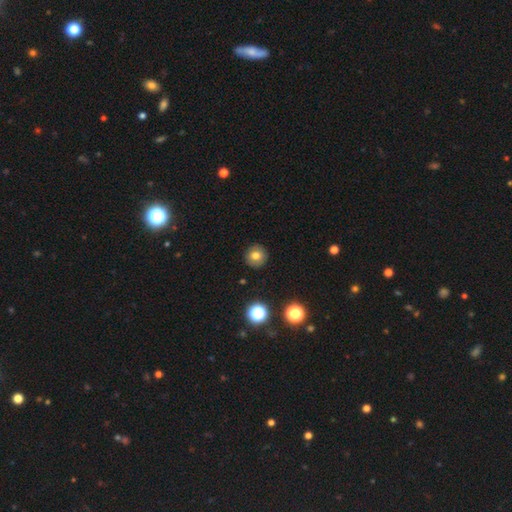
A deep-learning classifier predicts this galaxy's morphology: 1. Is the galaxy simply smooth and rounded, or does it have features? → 76% smooth, 13% star or artifact, 11% featured or disk.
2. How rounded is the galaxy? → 93% round, 6% in between, 1% cigar-shaped.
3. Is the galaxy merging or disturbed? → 90% none, 7% minor disturbance, 2% major disturbance, 1% merger.